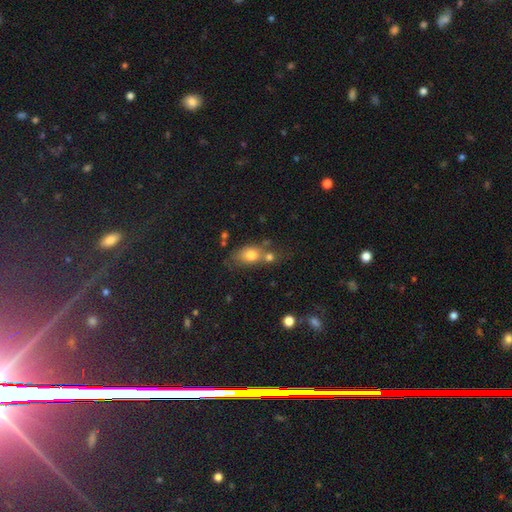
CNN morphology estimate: smooth_or_featured: smooth (p=0.57) [alt: star or artifact p=0.29]
how_rounded: in between (p=0.50) [alt: round p=0.45]
merging: none (p=0.58) [alt: merger p=0.23]